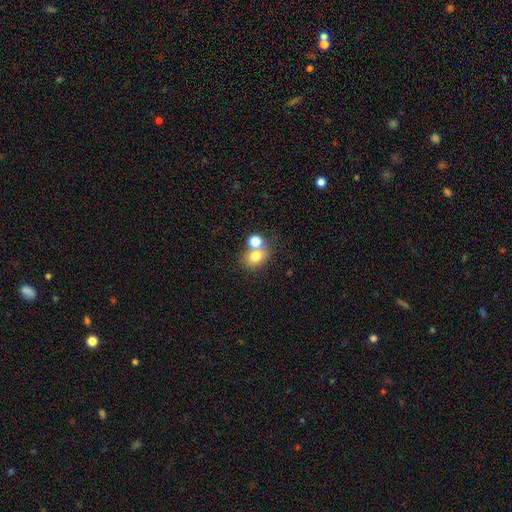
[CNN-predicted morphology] smooth_or_featured: smooth (p=0.75) [alt: star or artifact p=0.14]
how_rounded: round (p=0.56) [alt: in between p=0.43]
merging: none (p=0.51) [alt: merger p=0.36]